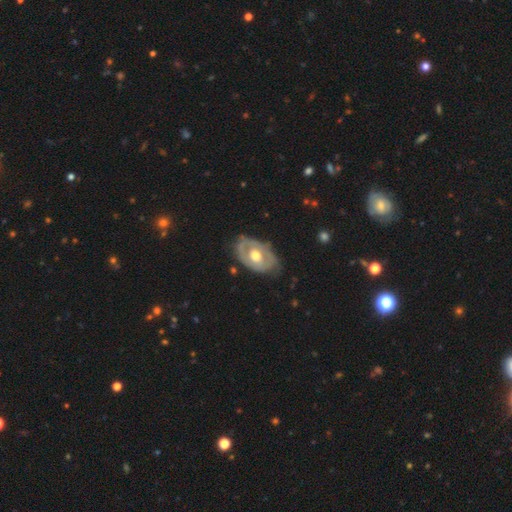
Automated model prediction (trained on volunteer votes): featured or disk 65%, smooth 31%, star or artifact 4%. Down the decision tree: edge-on disk — no (93%); bar — no (79%); spiral arms — no (62%); bulge size — moderate (72%); merging — none (67%).